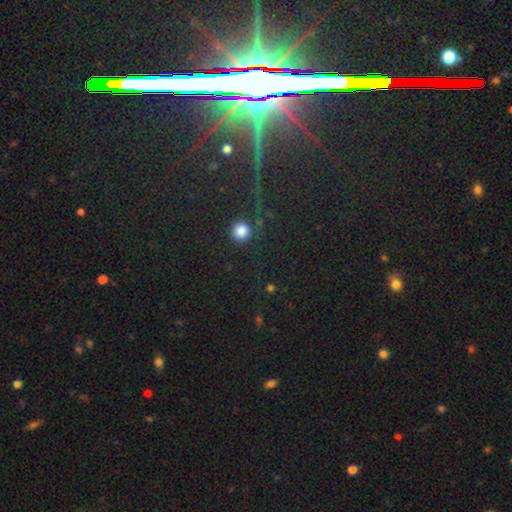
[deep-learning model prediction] Q: Smooth or featured?
A: star or artifact (77%); runner-up: featured or disk (11%)